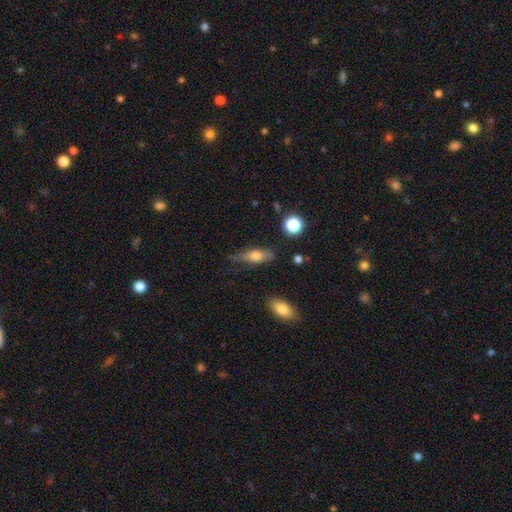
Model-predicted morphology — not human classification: The model was most divided on "how rounded": in between: 55%, cigar-shaped: 41%, round: 4%. More confident: smooth or featured — smooth (64%); merging — none (62%).